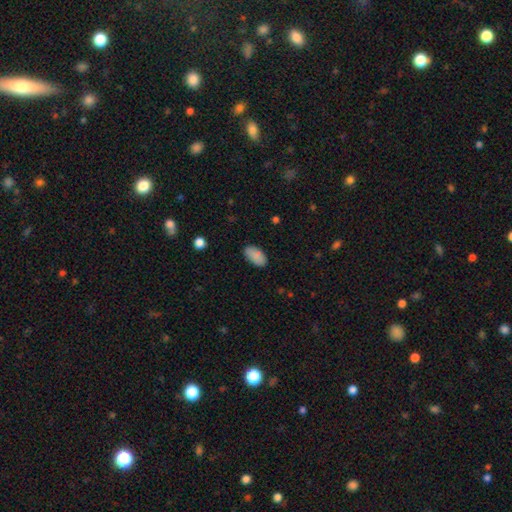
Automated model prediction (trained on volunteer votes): A smooth galaxy with no disk features (86%) that is in between round and cigar-shaped (94%). Merging: none (81%).